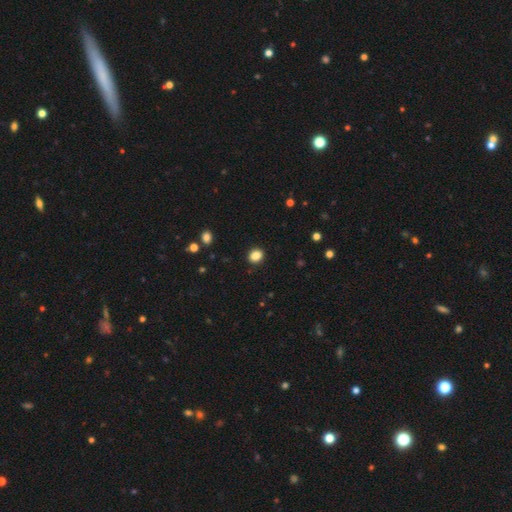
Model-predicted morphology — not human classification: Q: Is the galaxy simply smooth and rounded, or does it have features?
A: smooth — 86%.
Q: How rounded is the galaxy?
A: round — 60%.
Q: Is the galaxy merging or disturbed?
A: none — 91%.